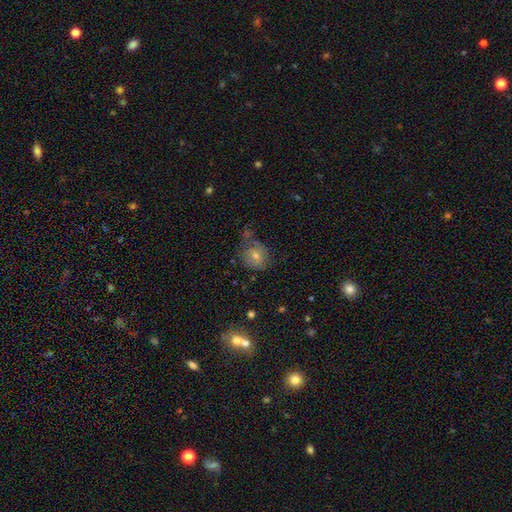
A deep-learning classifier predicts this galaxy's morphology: Smooth or featured? smooth (40%)
Merging? none (64%)